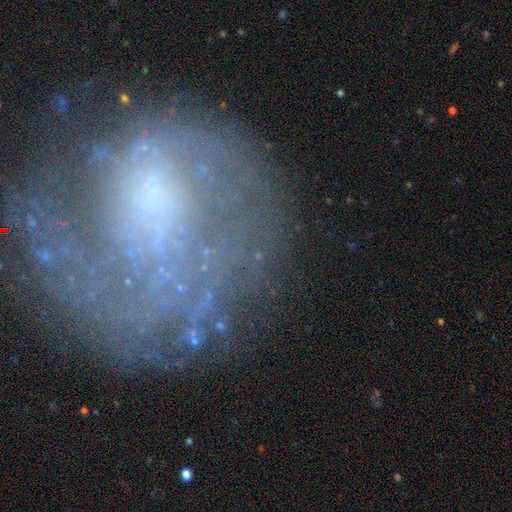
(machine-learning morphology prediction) Smooth or featured? Predicted: featured or disk (p=0.55). Edge-on disk? Predicted: no (p=0.93). Bar? Predicted: no (p=0.73). Spiral arms? Predicted: no (p=0.51). Bulge size? Predicted: small (p=0.41). Merging? Predicted: none (p=0.66).